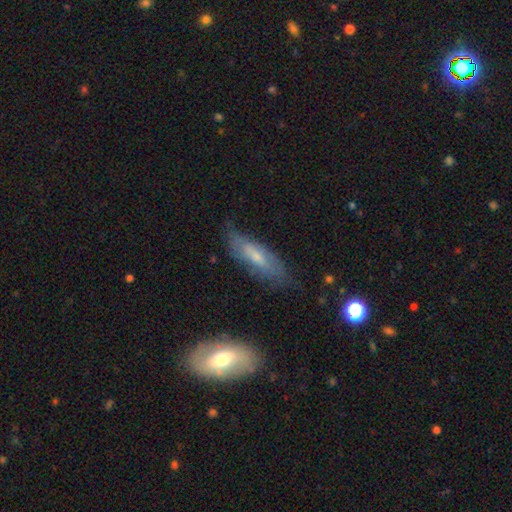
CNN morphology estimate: Smooth or featured?
  - featured or disk: 47% *
  - smooth: 46%
  - star or artifact: 7%
Merging?
  - none: 69% *
  - minor disturbance: 22%
  - major disturbance: 6%
  - merger: 2%